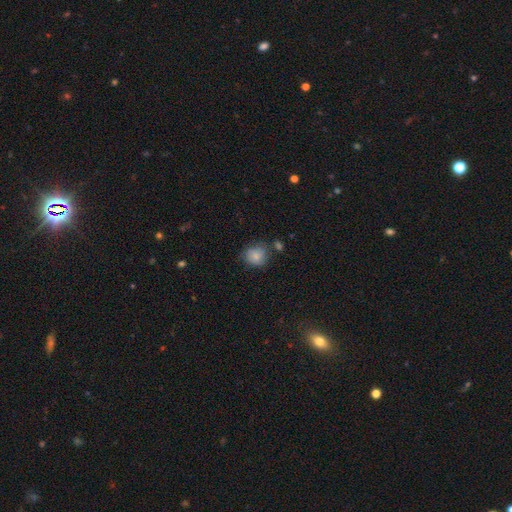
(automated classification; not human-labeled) The model was most divided on "merging": none: 66%, minor disturbance: 22%, merger: 7%, major disturbance: 6%. More confident: smooth or featured — smooth (81%); how rounded — round (76%).